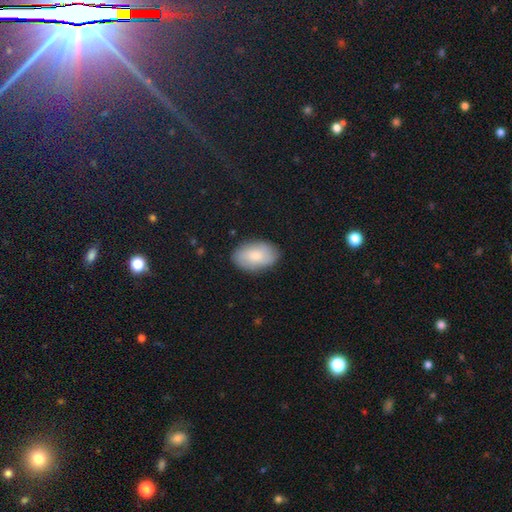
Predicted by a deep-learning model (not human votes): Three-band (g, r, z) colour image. It shows a smooth galaxy with no disk features (76%) that is in between round and cigar-shaped (92%). Merging: none (86%).